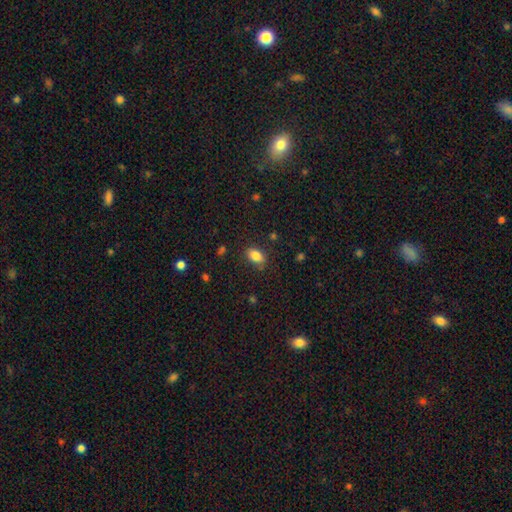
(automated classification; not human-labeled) Q: Smooth or featured?
A: smooth (85%); runner-up: star or artifact (9%)
Q: How rounded?
A: in between (88%); runner-up: round (9%)
Q: Merging?
A: none (81%); runner-up: minor disturbance (13%)